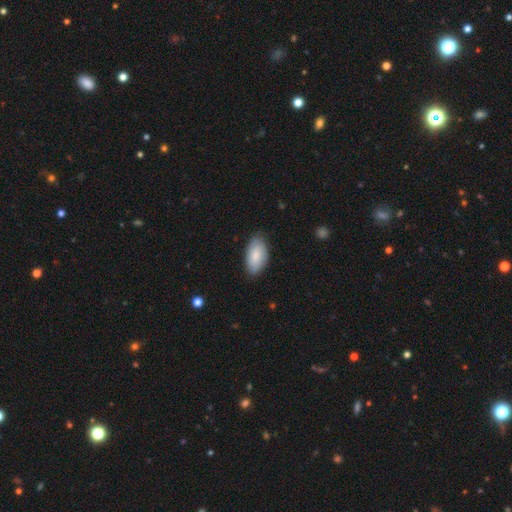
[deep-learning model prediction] smooth 80%, featured or disk 15%, star or artifact 6%. Down the decision tree: how rounded — in between (95%); merging — none (79%).